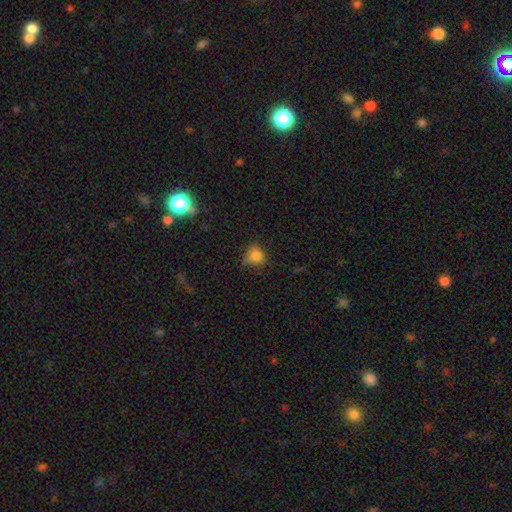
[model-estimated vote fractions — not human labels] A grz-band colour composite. It shows a smooth galaxy with no disk features (78%) that is round (68%). Merging: none (54%).